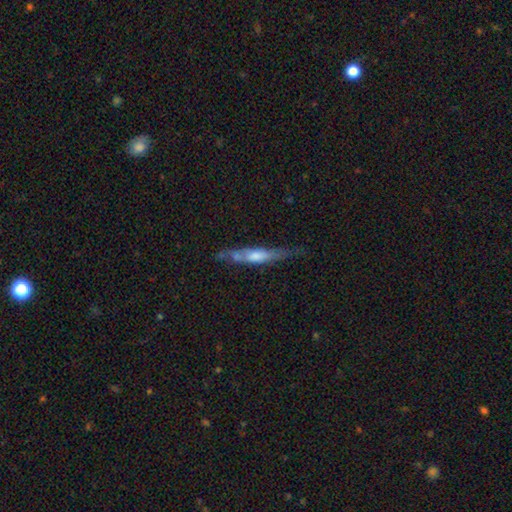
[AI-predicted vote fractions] Q: Smooth or featured?
A: featured or disk (68%); runner-up: smooth (24%)
Q: Edge-on disk?
A: yes (92%); runner-up: no (8%)
Q: Edge-on bulge?
A: rounded (69%); runner-up: none (17%)
Q: Merging?
A: none (72%); runner-up: minor disturbance (18%)